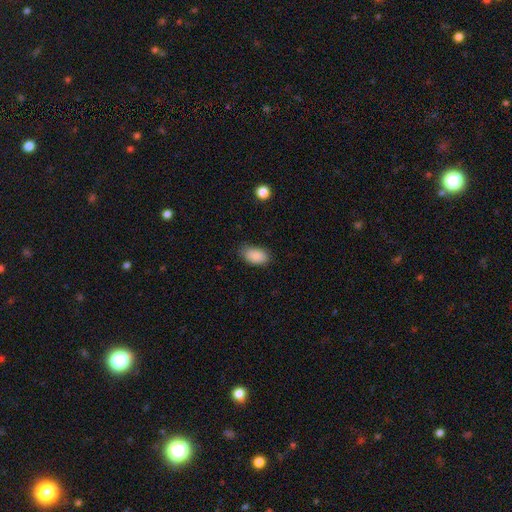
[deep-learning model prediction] Q: Smooth or featured?
A: smooth (88%); runner-up: star or artifact (7%)
Q: How rounded?
A: in between (93%); runner-up: round (6%)
Q: Merging?
A: none (76%); runner-up: minor disturbance (19%)